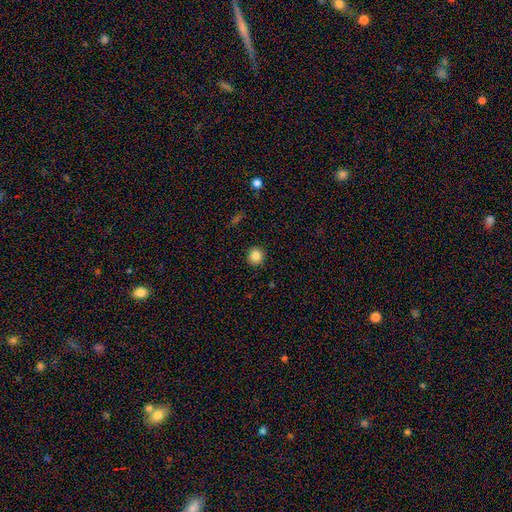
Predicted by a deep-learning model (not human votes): smooth 83%, star or artifact 11%, featured or disk 6%. Down the decision tree: how rounded — round (93%); merging — none (91%).